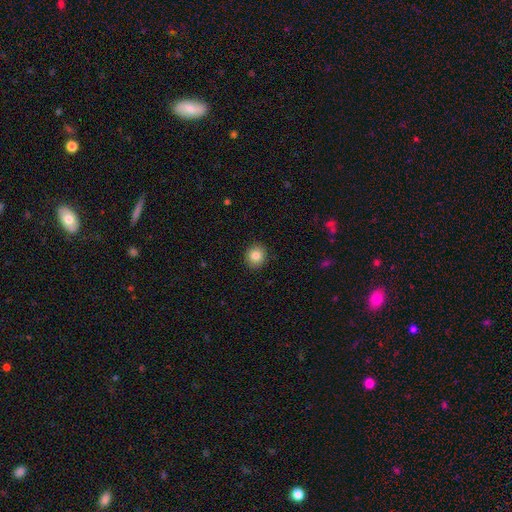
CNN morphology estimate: smooth_or_featured: smooth (p=0.85) [alt: star or artifact p=0.10]
how_rounded: round (p=0.86) [alt: in between p=0.14]
merging: none (p=0.91) [alt: minor disturbance p=0.06]